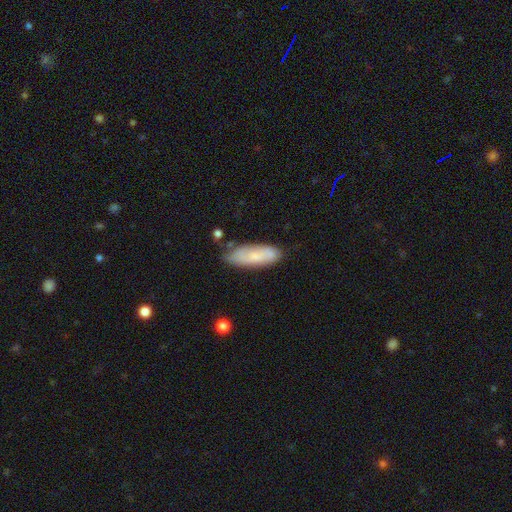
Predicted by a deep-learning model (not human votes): Smooth or featured? smooth (67%)
How rounded? in between (59%)
Merging? none (69%)